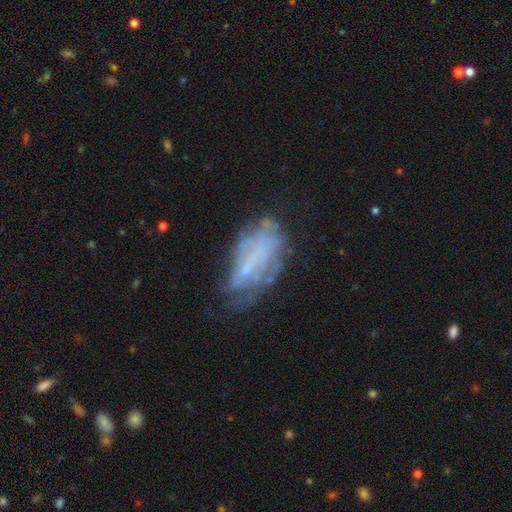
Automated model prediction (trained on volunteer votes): Smooth or featured?
  - featured or disk: 56% *
  - smooth: 32%
  - star or artifact: 12%
Edge-on disk?
  - no: 92% *
  - yes: 8%
Bar?
  - no: 62% *
  - weak: 25%
  - strong: 13%
Spiral arms?
  - no: 67% *
  - yes: 33%
Bulge size?
  - none: 58% *
  - small: 29%
  - moderate: 10%
  - large: 2%
  - dominant: 1%
Merging?
  - none: 45% *
  - minor disturbance: 27%
  - major disturbance: 23%
  - merger: 4%